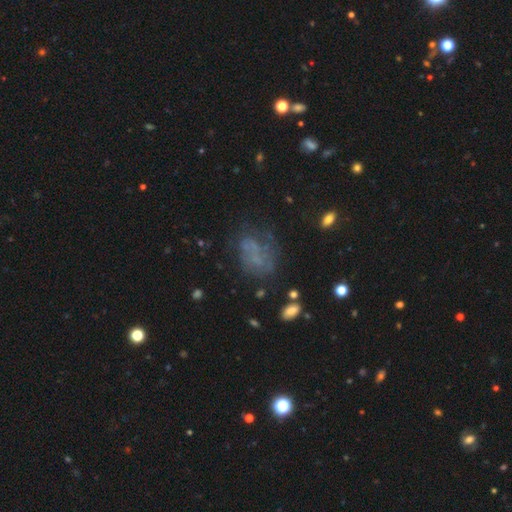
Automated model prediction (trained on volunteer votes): A featured or disk galaxy (40%). Merging: none (47%).